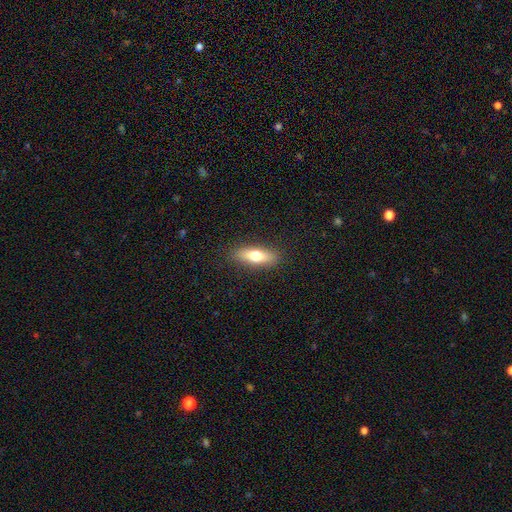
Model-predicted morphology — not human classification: smooth 66%, featured or disk 27%, star or artifact 7%. Down the decision tree: how rounded — in between (50%); merging — none (88%).